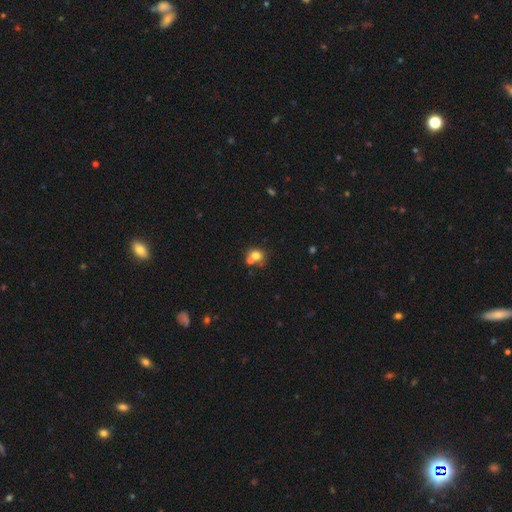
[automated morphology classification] smooth_or_featured: smooth (p=0.74) [alt: featured or disk p=0.14]
how_rounded: round (p=0.76) [alt: in between p=0.23]
merging: none (p=0.45) [alt: merger p=0.42]